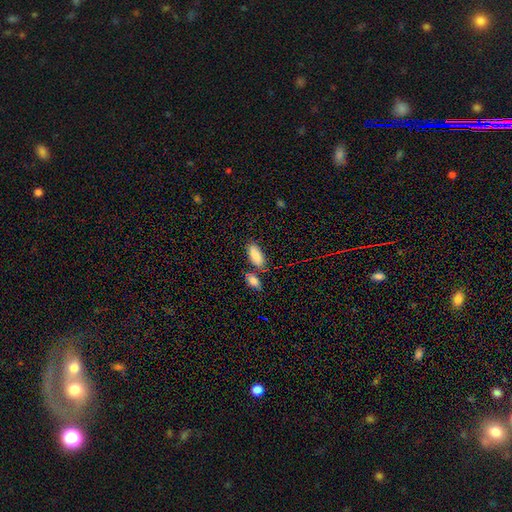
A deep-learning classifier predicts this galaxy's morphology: The model was most divided on "merging": none: 69%, merger: 14%, minor disturbance: 14%, major disturbance: 3%. More confident: how rounded — in between (87%); smooth or featured — smooth (85%).